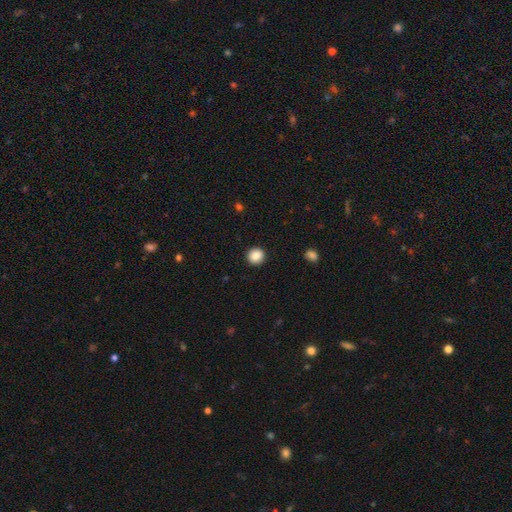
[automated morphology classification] This appears to be a smooth galaxy with no disk features (87%) that is round (94%). Merging: none (93%).